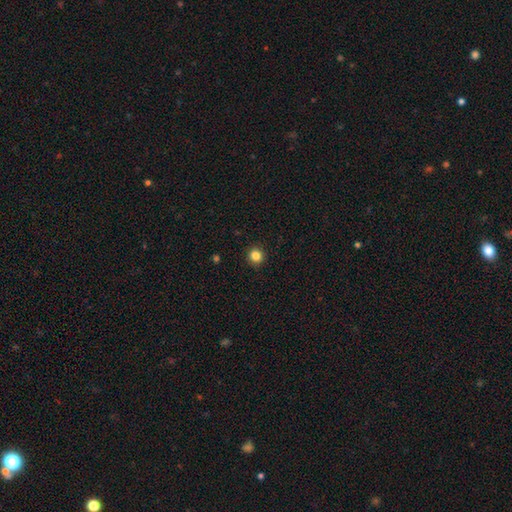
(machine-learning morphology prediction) This is clearly a smooth galaxy (84%). How rounded: clearly round (92%). Merging: clearly none (93%).